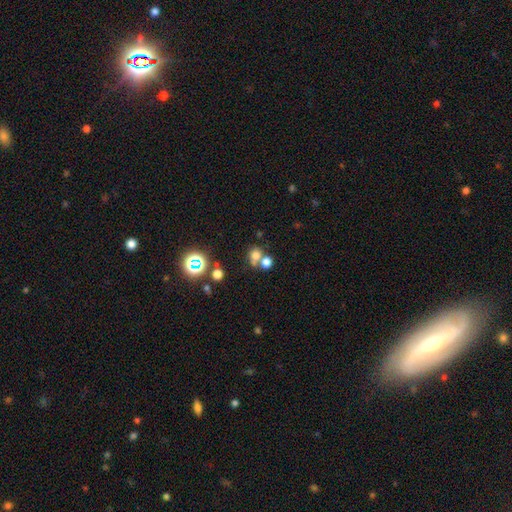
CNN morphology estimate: smooth-or-featured: smooth: 69% | star or artifact: 20% | featured or disk: 11%
  how-rounded: round: 75% | in between: 24% | cigar-shaped: 1%
  merging: none: 47% | merger: 40% | minor disturbance: 8% | major disturbance: 5%